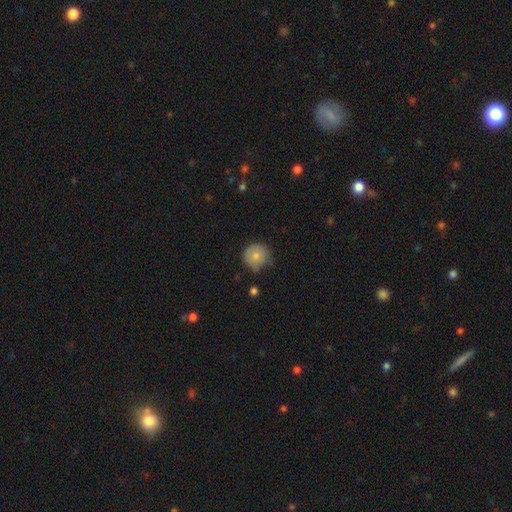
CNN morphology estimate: type=smooth (76%); roundness=round (91%); merging=none (59%).